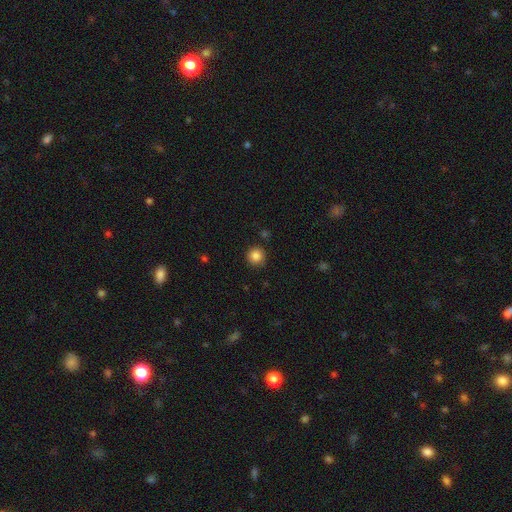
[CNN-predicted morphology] A smooth galaxy with no disk features (85%) that is round (94%).

Vote fractions:
- Smooth or featured? smooth: 85% / star or artifact: 11% / featured or disk: 4%
- How rounded? round: 94% / in between: 5% / cigar-shaped: 1%
- Merging? none: 88% / minor disturbance: 8% / major disturbance: 2% / merger: 2%